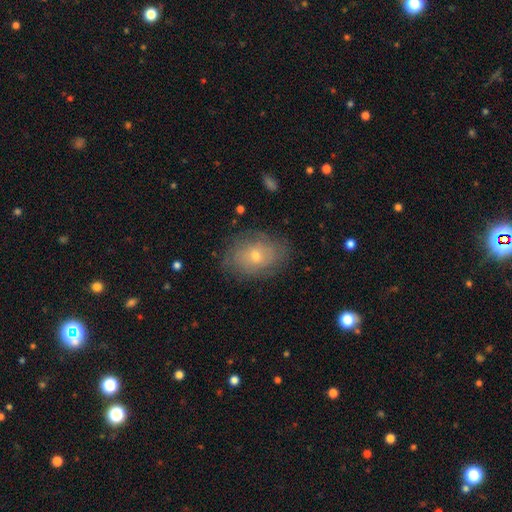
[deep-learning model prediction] Q: Smooth or featured?
A: featured or disk (46%); runner-up: smooth (44%)
Q: Merging?
A: none (77%); runner-up: minor disturbance (16%)